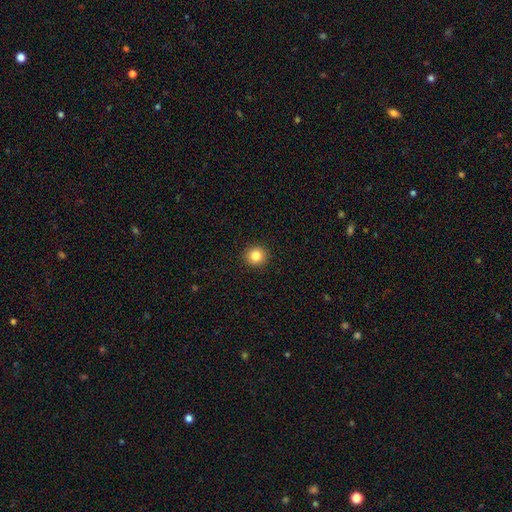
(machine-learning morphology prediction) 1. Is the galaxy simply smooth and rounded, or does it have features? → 83% smooth, 11% star or artifact, 6% featured or disk.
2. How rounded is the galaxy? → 94% round, 5% in between, 1% cigar-shaped.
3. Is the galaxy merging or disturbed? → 93% none, 5% minor disturbance, 2% major disturbance, 1% merger.